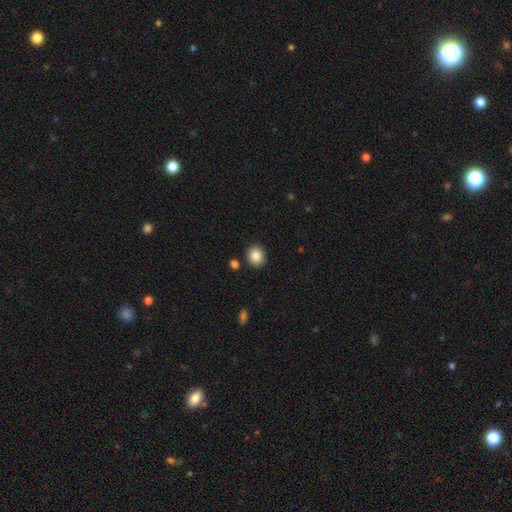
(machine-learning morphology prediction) The model was most divided on "how rounded": round: 73%, in between: 26%, cigar-shaped: 1%. More confident: merging — none (87%); smooth or featured — smooth (87%).